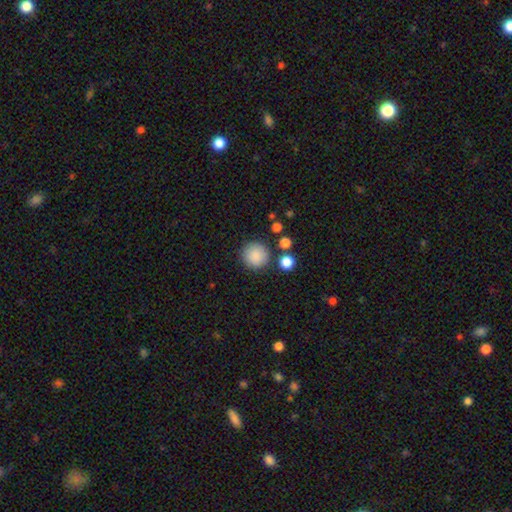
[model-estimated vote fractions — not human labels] A smooth galaxy with no disk features (87%) that is round (95%).

Vote fractions:
- Smooth or featured? smooth: 87% / star or artifact: 8% / featured or disk: 5%
- How rounded? round: 95% / in between: 4% / cigar-shaped: 1%
- Merging? none: 84% / minor disturbance: 8% / merger: 5% / major disturbance: 3%